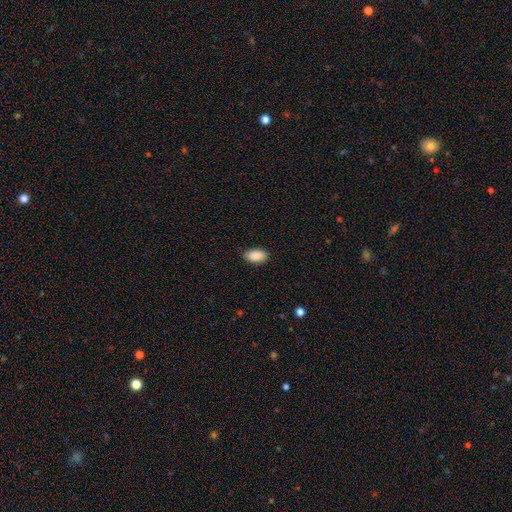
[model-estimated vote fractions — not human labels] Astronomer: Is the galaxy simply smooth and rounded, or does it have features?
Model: smooth — 90%.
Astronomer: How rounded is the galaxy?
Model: in between — 93%.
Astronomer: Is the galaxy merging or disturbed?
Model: none — 86%.